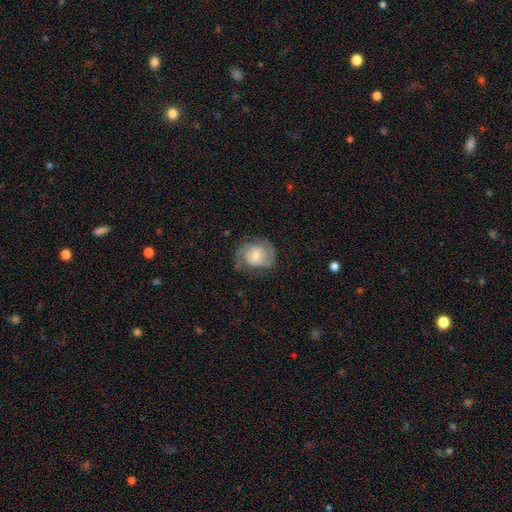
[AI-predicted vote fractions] smooth_or_featured: featured or disk (p=0.76) [alt: smooth p=0.18]
disk_edge_on: no (p=0.98) [alt: yes p=0.02]
bar: no (p=0.54) [alt: weak p=0.38]
has_spiral_arms: yes (p=0.93) [alt: no p=0.07]
spiral_winding: tight (p=0.45) [alt: medium p=0.42]
spiral_arm_count: 2 (p=0.73) [alt: can't tell p=0.13]
bulge_size: moderate (p=0.46) [alt: small p=0.45]
merging: none (p=0.66) [alt: minor disturbance p=0.21]